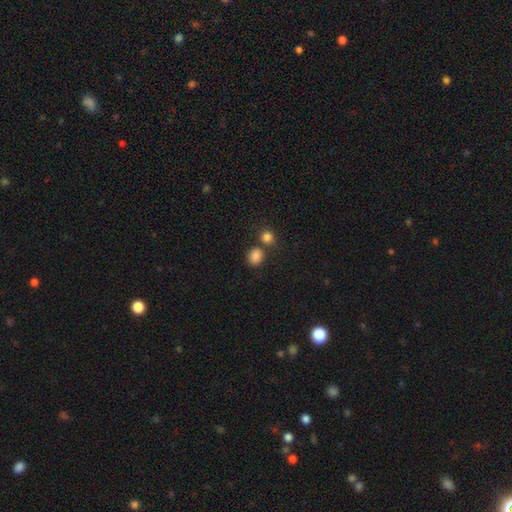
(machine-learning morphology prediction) Smooth or featured? smooth (84%)
How rounded? round (64%)
Merging? none (62%)